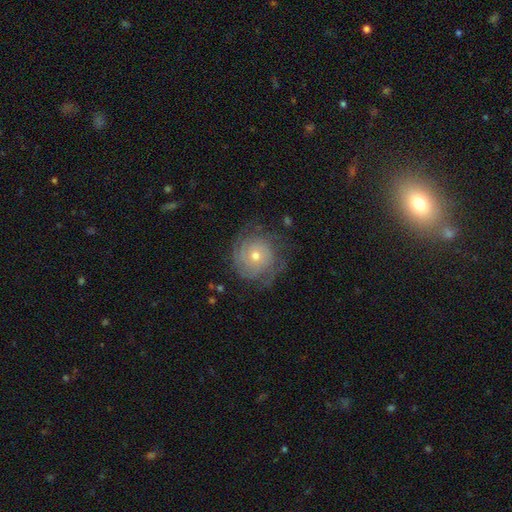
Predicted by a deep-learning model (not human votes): smooth_or_featured: featured or disk (p=0.76) [alt: smooth p=0.16]
disk_edge_on: no (p=0.97) [alt: yes p=0.03]
bar: no (p=0.81) [alt: weak p=0.15]
has_spiral_arms: yes (p=0.92) [alt: no p=0.08]
spiral_winding: tight (p=0.77) [alt: medium p=0.17]
spiral_arm_count: can't tell (p=0.41) [alt: 2 p=0.21]
bulge_size: moderate (p=0.53) [alt: small p=0.43]
merging: none (p=0.73) [alt: minor disturbance p=0.17]